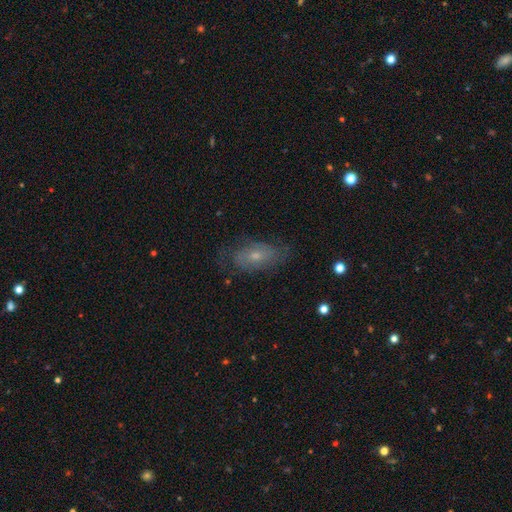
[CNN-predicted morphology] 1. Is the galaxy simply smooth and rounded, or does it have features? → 53% featured or disk, 37% smooth, 10% star or artifact.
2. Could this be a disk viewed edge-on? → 88% no, 12% yes.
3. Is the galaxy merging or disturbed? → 68% none, 21% minor disturbance, 10% major disturbance, 1% merger.